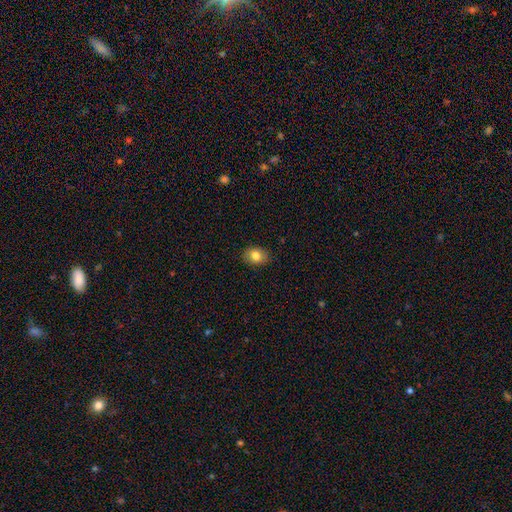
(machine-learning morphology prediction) Overall: smooth (81%). How rounded: in between (60%; round 39%). Merging: none (87%).